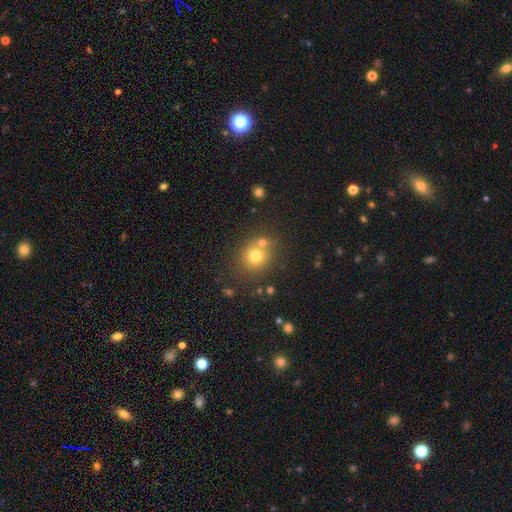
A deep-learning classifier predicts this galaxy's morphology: This is likely a smooth galaxy (74%). How rounded: clearly round (84%). Merging: possibly none (60%).